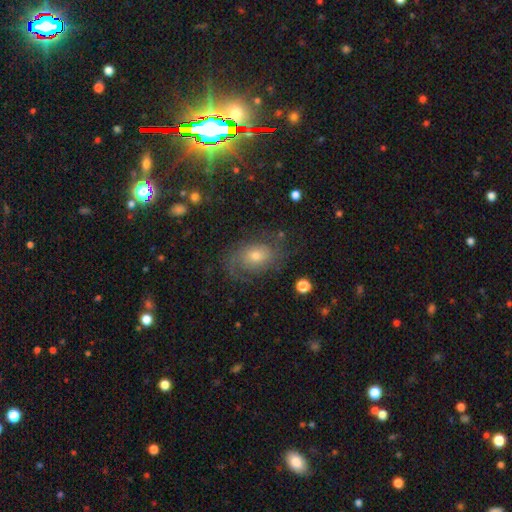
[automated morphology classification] Smooth or featured? featured or disk (61%)
Edge-on disk? no (96%)
Bar? no (73%)
Spiral arms? yes (86%)
Spiral winding? tight (40%, tied with medium)
Spiral arm count? 2 (44%)
Bulge size? moderate (54%)
Merging? none (69%)